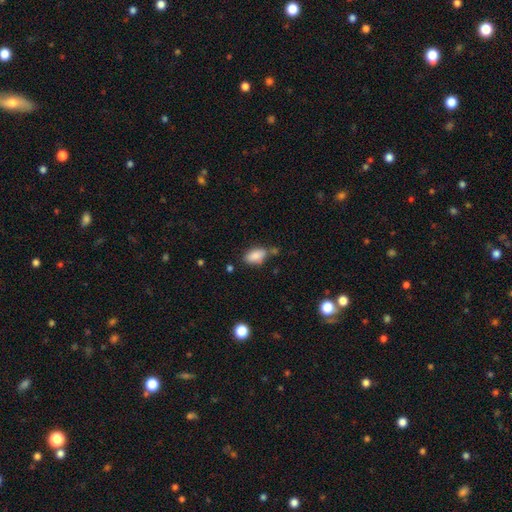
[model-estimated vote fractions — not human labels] Smooth or featured? Predicted: smooth (p=0.85). How rounded? Predicted: in between (p=0.91). Merging? Predicted: none (p=0.61).